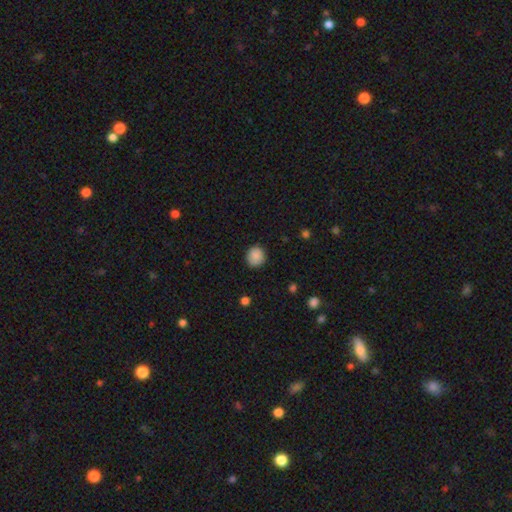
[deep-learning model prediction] Overall: smooth (88%). How rounded: round (88%). Merging: none (83%).